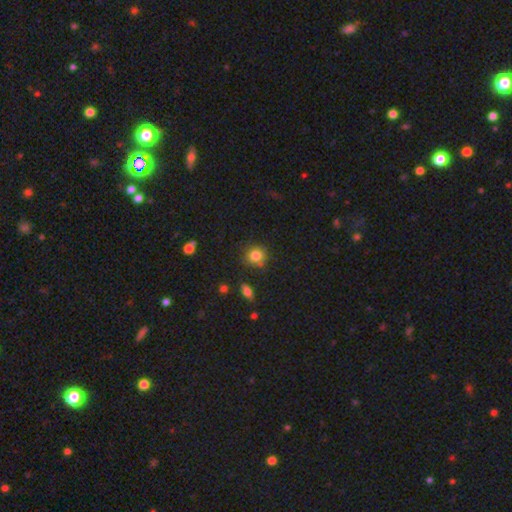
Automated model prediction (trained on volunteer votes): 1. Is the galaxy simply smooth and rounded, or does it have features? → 82% smooth, 11% star or artifact, 7% featured or disk.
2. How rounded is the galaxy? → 86% round, 13% in between, 1% cigar-shaped.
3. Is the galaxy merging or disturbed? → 79% none, 14% minor disturbance, 4% merger, 3% major disturbance.